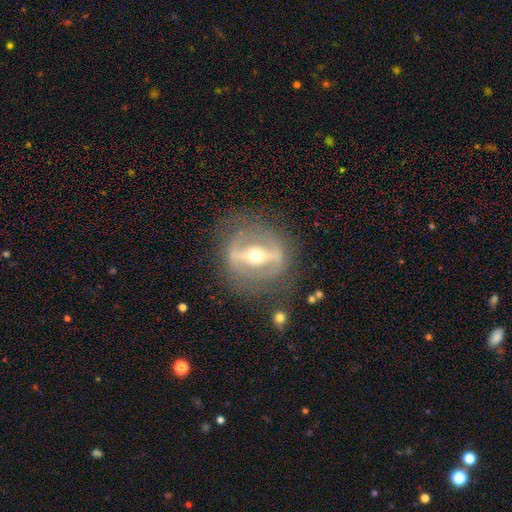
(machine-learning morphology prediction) A featured or disk galaxy (83%) with a strong bar (83%), no spiral arms (65%) and a moderate central bulge (65%).

Vote fractions:
- Smooth or featured? featured or disk: 83% / smooth: 10% / star or artifact: 7%
- Edge-on disk? no: 73% / yes: 27%
- Bar? strong: 83% / weak: 12% / no: 6%
- Spiral arms? no: 65% / yes: 35%
- Bulge size? moderate: 65% / small: 28% / large: 5% / dominant: 1% / none: 1%
- Merging? none: 77% / minor disturbance: 12% / major disturbance: 9% / merger: 2%